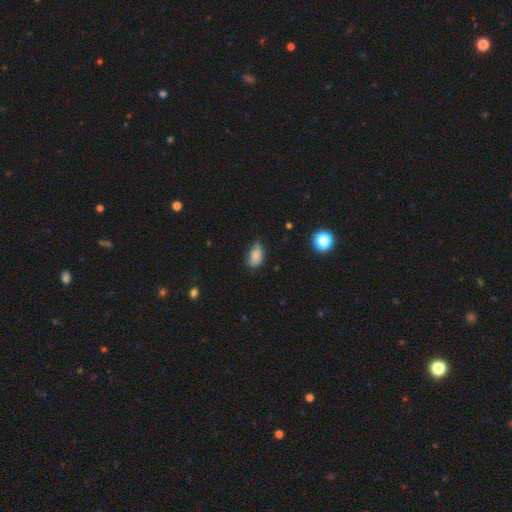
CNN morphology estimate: smooth_or_featured: smooth (p=0.81) [alt: star or artifact p=0.10]
how_rounded: in between (p=0.90) [alt: round p=0.06]
merging: none (p=0.54) [alt: minor disturbance p=0.37]